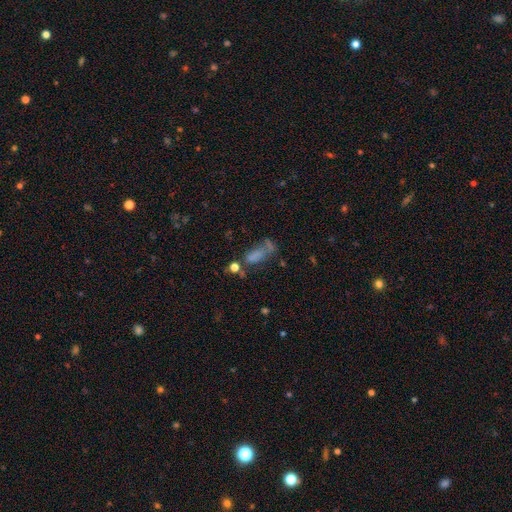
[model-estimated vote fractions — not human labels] Smooth or featured? smooth (61%)
How rounded? in between (74%)
Merging? none (29%)